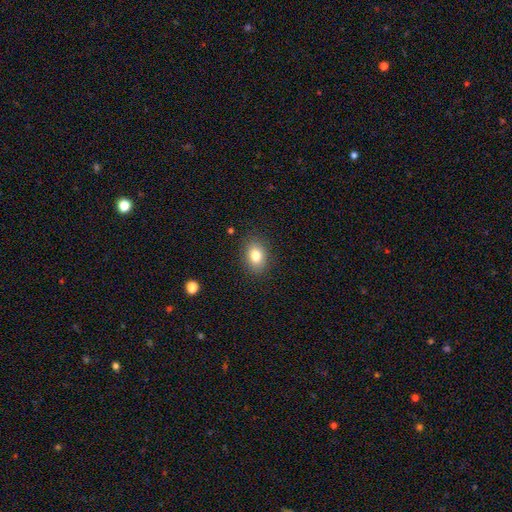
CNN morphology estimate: smooth-or-featured: smooth: 81% | featured or disk: 10% | star or artifact: 10%
  how-rounded: in between: 69% | round: 30% | cigar-shaped: 1%
  merging: none: 86% | minor disturbance: 10% | major disturbance: 3% | merger: 1%